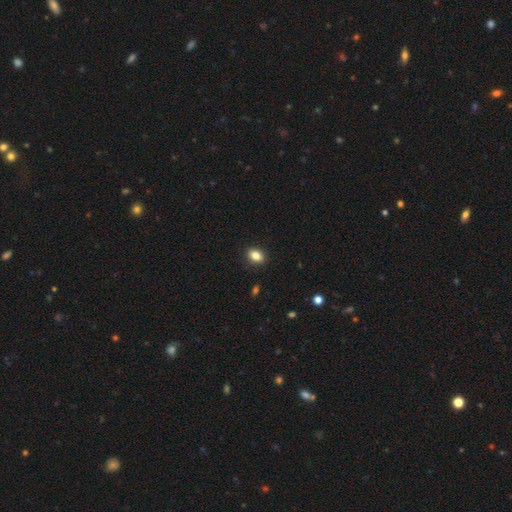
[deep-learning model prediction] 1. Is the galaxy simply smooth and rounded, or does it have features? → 84% smooth, 9% star or artifact, 7% featured or disk.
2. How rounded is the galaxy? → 73% in between, 25% round, 2% cigar-shaped.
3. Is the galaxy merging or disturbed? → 89% none, 8% minor disturbance, 2% major disturbance, 1% merger.